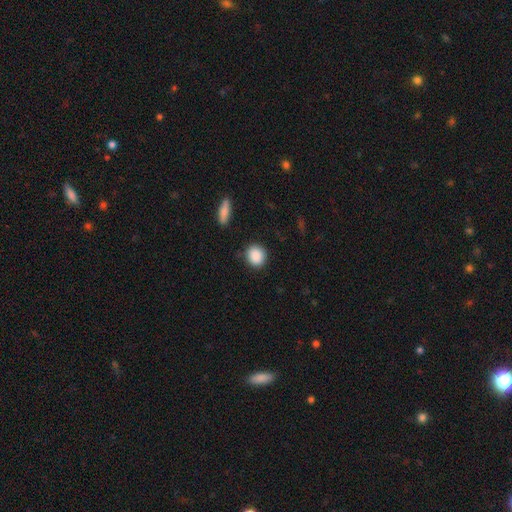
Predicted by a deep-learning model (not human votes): Morphology: type=smooth (89%); roundness=round (77%); merging=none (86%).